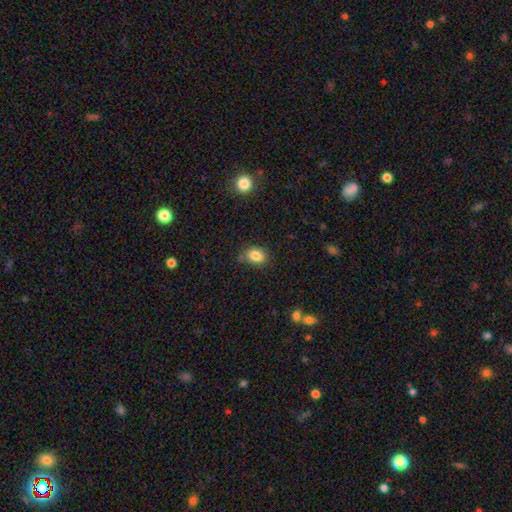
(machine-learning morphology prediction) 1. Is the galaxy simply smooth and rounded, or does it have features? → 84% smooth, 10% star or artifact, 6% featured or disk.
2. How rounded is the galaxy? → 65% in between, 34% round, 1% cigar-shaped.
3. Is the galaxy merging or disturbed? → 74% none, 18% minor disturbance, 4% major disturbance, 4% merger.